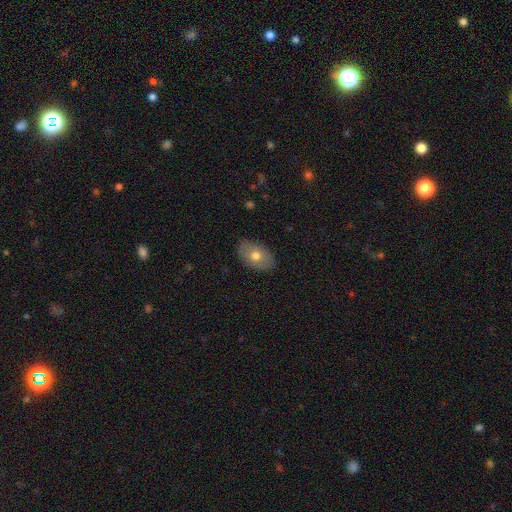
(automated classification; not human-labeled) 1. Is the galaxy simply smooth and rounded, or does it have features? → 67% smooth, 26% featured or disk, 7% star or artifact.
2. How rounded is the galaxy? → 89% in between, 9% round, 1% cigar-shaped.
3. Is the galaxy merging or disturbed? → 85% none, 12% minor disturbance, 2% major disturbance, 1% merger.